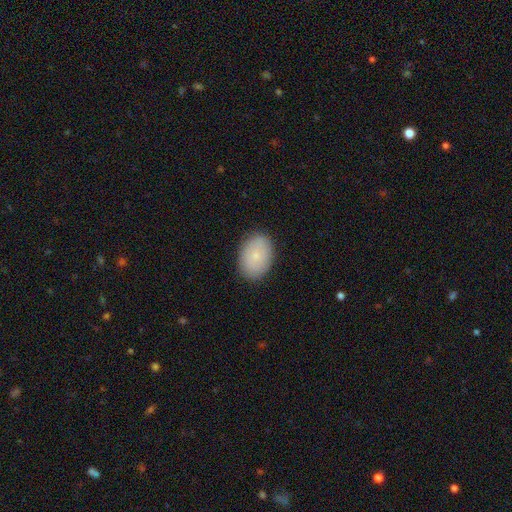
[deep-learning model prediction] smooth 79%, featured or disk 14%, star or artifact 7%. Down the decision tree: how rounded — in between (83%); merging — none (87%).